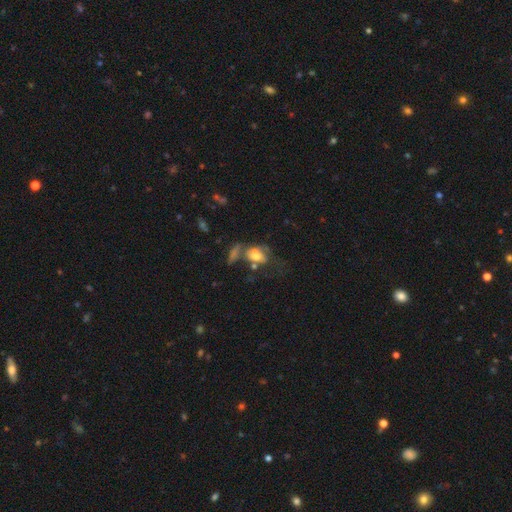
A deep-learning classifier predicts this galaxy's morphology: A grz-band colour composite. It shows a smooth galaxy with no disk features (50%) that is in between round and cigar-shaped (73%). Merging: major disturbance (30%).